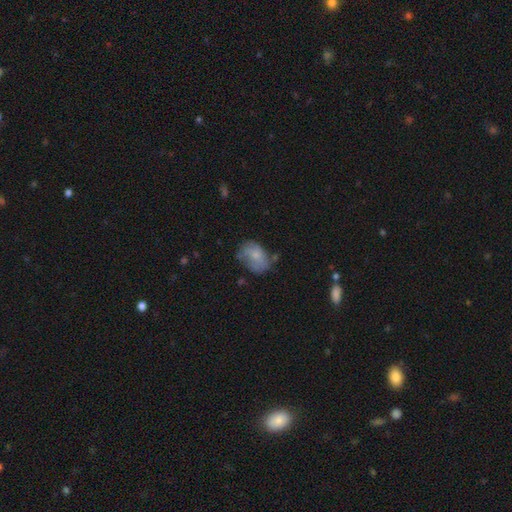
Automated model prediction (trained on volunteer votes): Smooth or featured? smooth (65%)
How rounded? in between (75%)
Merging? none (46%)